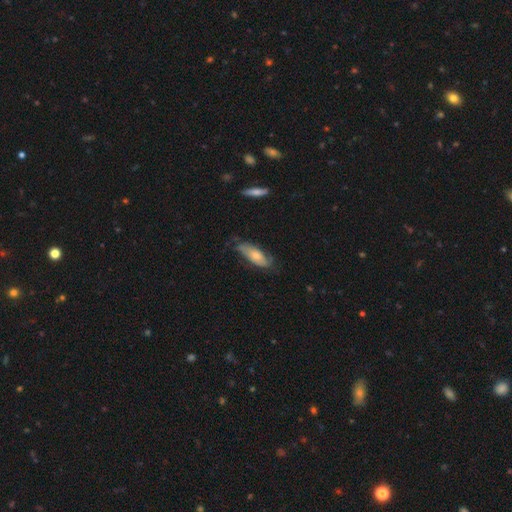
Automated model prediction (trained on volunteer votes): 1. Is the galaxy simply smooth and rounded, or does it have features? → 47% featured or disk (tied), 47% smooth (tied), 6% star or artifact.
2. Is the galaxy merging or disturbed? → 57% none, 29% minor disturbance, 12% major disturbance, 2% merger.